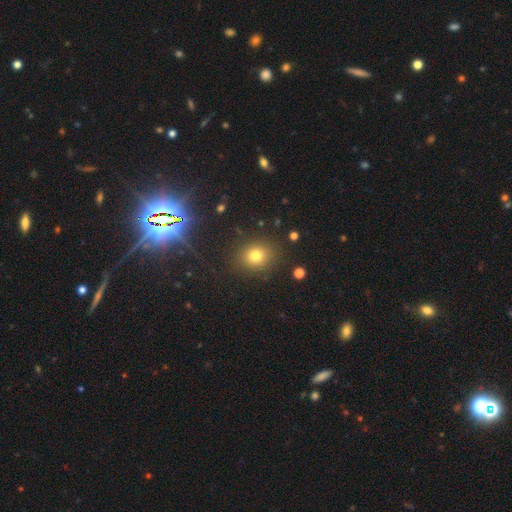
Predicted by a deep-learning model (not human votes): Smooth or featured? smooth (76%)
How rounded? round (72%)
Merging? none (85%)